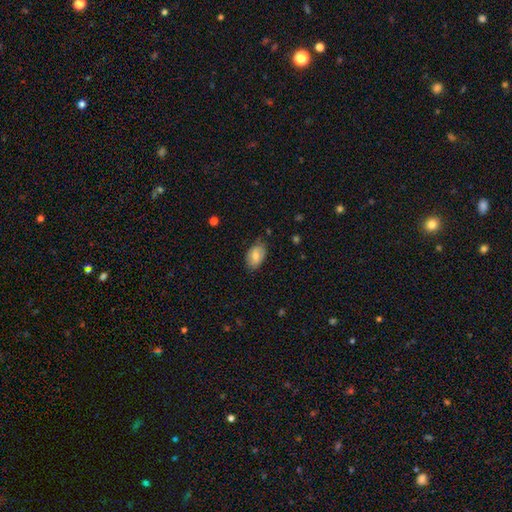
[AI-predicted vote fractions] A smooth galaxy with no disk features (69%) that is in between round and cigar-shaped (88%). Merging: none (74%).